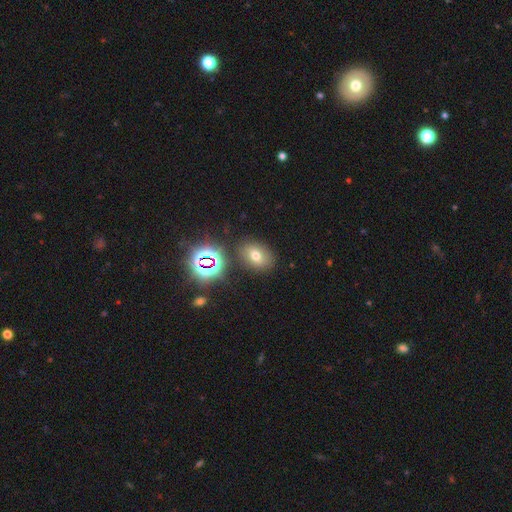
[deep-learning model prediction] Q: Smooth or featured?
A: smooth (62%); runner-up: star or artifact (23%)
Q: How rounded?
A: in between (68%); runner-up: round (30%)
Q: Merging?
A: none (82%); runner-up: minor disturbance (10%)